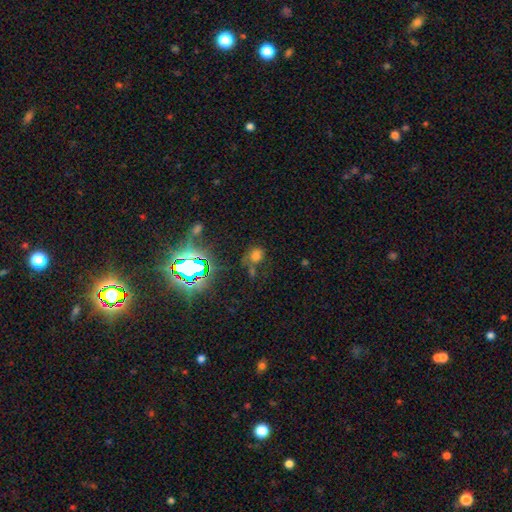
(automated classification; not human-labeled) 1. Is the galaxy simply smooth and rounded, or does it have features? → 55% smooth, 35% star or artifact, 10% featured or disk.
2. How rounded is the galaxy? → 53% round, 45% in between, 2% cigar-shaped.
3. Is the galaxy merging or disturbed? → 53% none, 17% minor disturbance, 17% merger, 13% major disturbance.